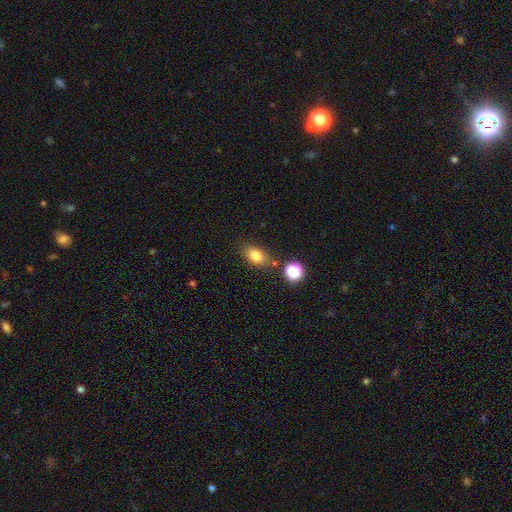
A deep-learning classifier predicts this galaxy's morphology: Smooth or featured? smooth (81%)
How rounded? in between (79%)
Merging? none (77%)